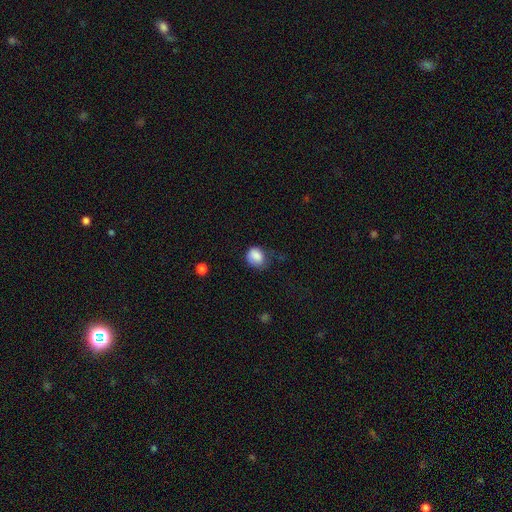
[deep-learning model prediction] Smooth or featured: smooth — 85% (star or artifact — 8%)
How rounded: round — 60% (in between — 39%)
Merging: none — 52% (minor disturbance — 33%)